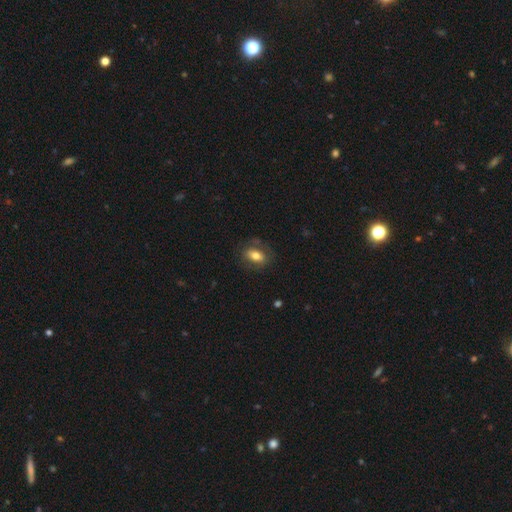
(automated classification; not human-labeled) A smooth galaxy with no disk features (68%) that is in between round and cigar-shaped (81%).

Vote fractions:
- Smooth or featured? smooth: 68% / featured or disk: 25% / star or artifact: 8%
- How rounded? in between: 81% / round: 17% / cigar-shaped: 3%
- Merging? none: 73% / minor disturbance: 16% / major disturbance: 9% / merger: 2%